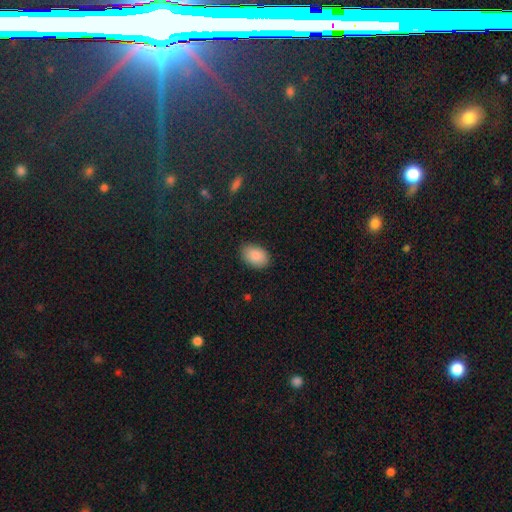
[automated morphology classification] type=smooth (87%); roundness=in between (85%); merging=none (87%).